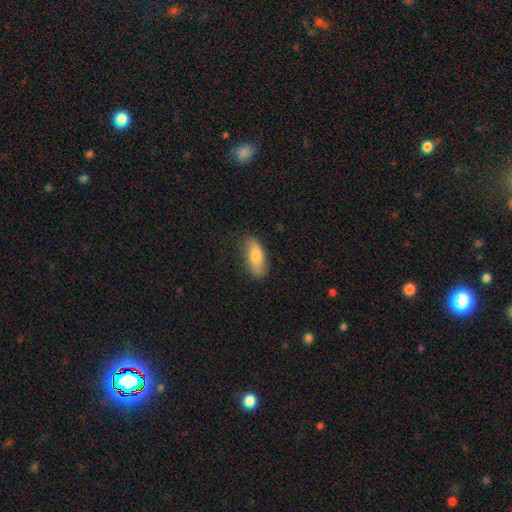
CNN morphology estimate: This is likely a smooth galaxy (74%). How rounded: likely in between (79%). Merging: likely none (78%).